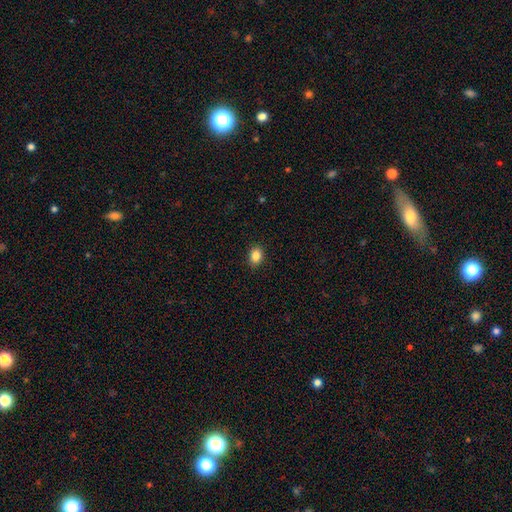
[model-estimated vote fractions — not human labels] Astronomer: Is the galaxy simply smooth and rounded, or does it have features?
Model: smooth — 87%.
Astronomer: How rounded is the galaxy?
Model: in between — 64%.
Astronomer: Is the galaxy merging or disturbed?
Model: none — 90%.